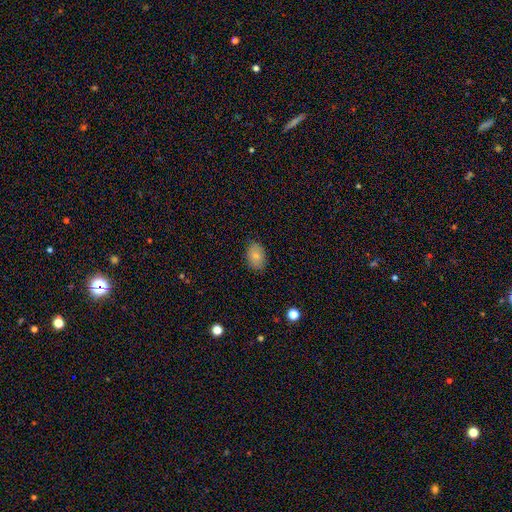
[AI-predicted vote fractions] smooth_or_featured: smooth (p=0.78) [alt: featured or disk p=0.13]
how_rounded: in between (p=0.83) [alt: round p=0.16]
merging: none (p=0.85) [alt: minor disturbance p=0.12]